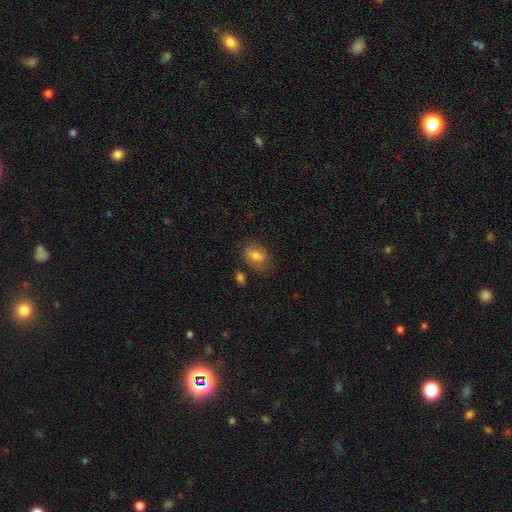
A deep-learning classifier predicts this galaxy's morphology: Smooth or featured: smooth — 74% (featured or disk — 17%)
How rounded: in between — 77% (round — 21%)
Merging: none — 70% (minor disturbance — 20%)